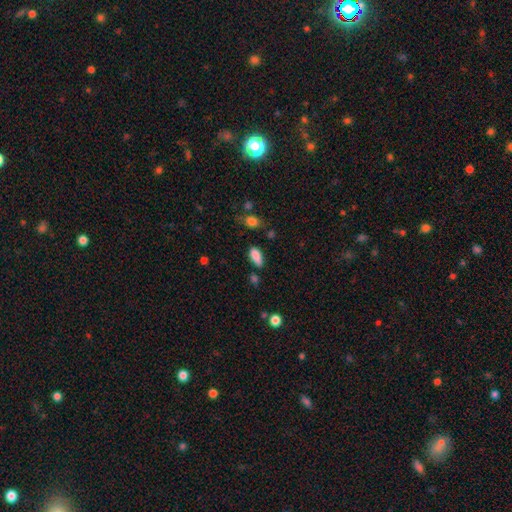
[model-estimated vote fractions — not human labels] A smooth galaxy with no disk features (85%) that is in between round and cigar-shaped (85%). Merging: none (62%).